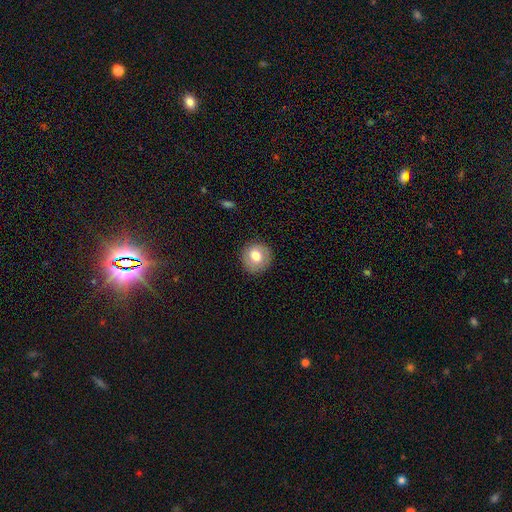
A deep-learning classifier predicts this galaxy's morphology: type=smooth (75%); roundness=round (89%); merging=none (87%).